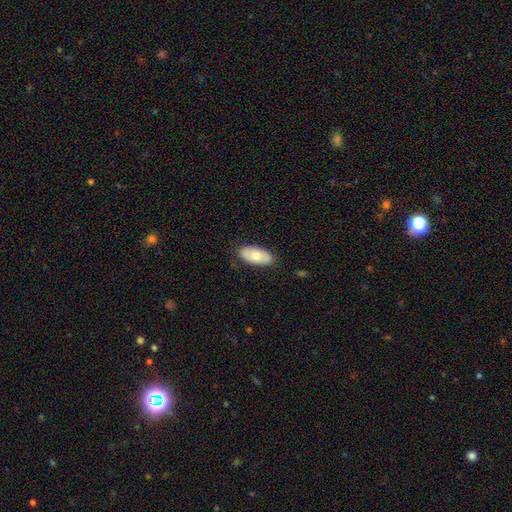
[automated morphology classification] This is likely a smooth galaxy (67%). How rounded: clearly in between (92%). Merging: clearly none (83%).